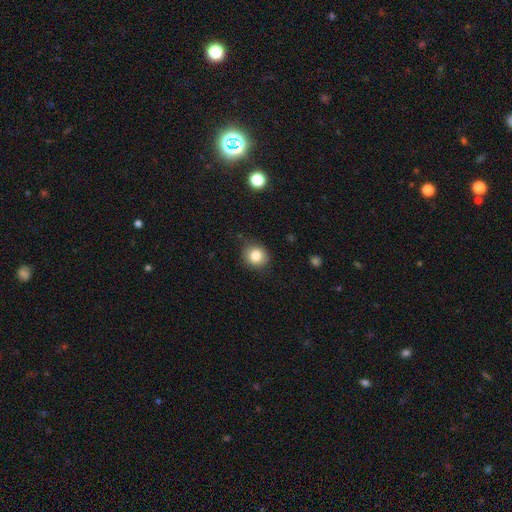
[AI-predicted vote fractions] A smooth galaxy with no disk features (82%) that is round (81%).

Vote fractions:
- Smooth or featured? smooth: 82% / star or artifact: 11% / featured or disk: 7%
- How rounded? round: 81% / in between: 18% / cigar-shaped: 1%
- Merging? none: 82% / minor disturbance: 14% / major disturbance: 3% / merger: 1%